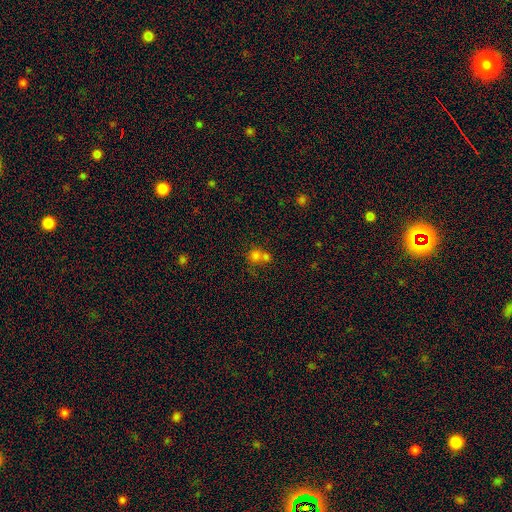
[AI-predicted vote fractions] Smooth or featured? Predicted: smooth (p=0.73). How rounded? Predicted: round (p=0.79). Merging? Predicted: merger (p=0.56).